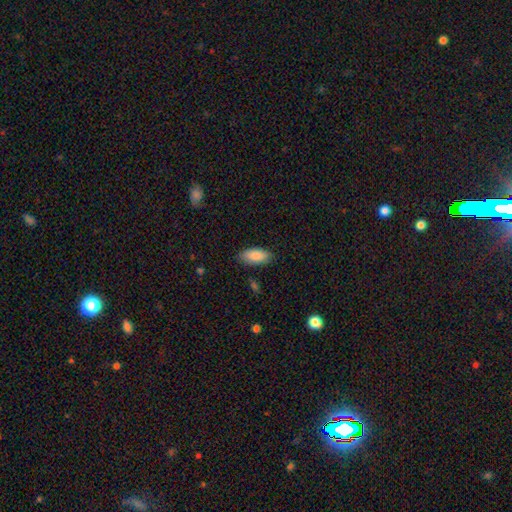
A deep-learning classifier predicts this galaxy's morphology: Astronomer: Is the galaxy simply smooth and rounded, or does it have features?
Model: smooth — 85%.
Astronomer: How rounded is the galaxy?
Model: in between — 91%.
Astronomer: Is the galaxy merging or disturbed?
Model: none — 84%.